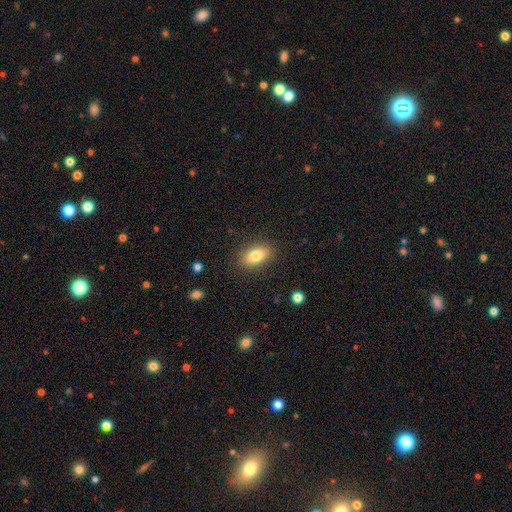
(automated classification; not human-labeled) smooth_or_featured: smooth (p=0.80) [alt: featured or disk p=0.12]
how_rounded: in between (p=0.88) [alt: round p=0.07]
merging: none (p=0.86) [alt: minor disturbance p=0.10]